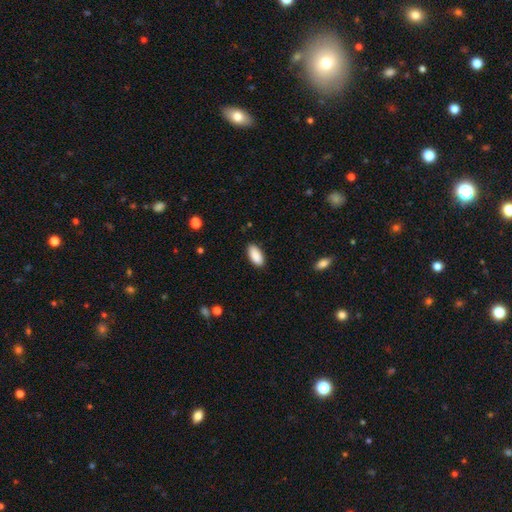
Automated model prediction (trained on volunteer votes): Smooth or featured?
  - smooth: 90% *
  - star or artifact: 6%
  - featured or disk: 4%
How rounded?
  - in between: 90% *
  - cigar-shaped: 9%
  - round: 2%
Merging?
  - none: 89% *
  - minor disturbance: 9%
  - major disturbance: 2%
  - merger: 1%